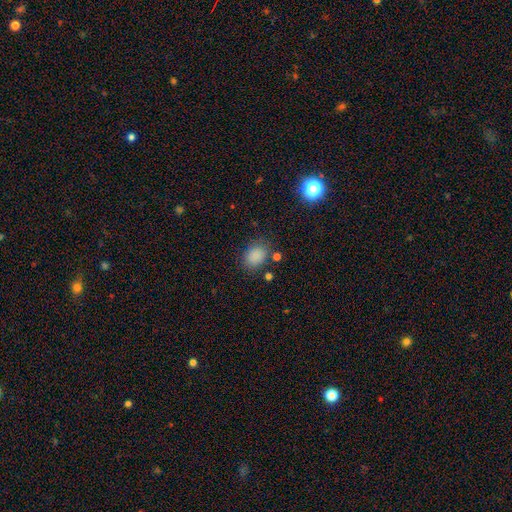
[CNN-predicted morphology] A smooth galaxy with no disk features (84%) that is in between round and cigar-shaped (60%).

Vote fractions:
- Smooth or featured? smooth: 84% / star or artifact: 12% / featured or disk: 4%
- How rounded? in between: 60% / round: 39% / cigar-shaped: 1%
- Merging? none: 76% / minor disturbance: 15% / major disturbance: 5% / merger: 4%